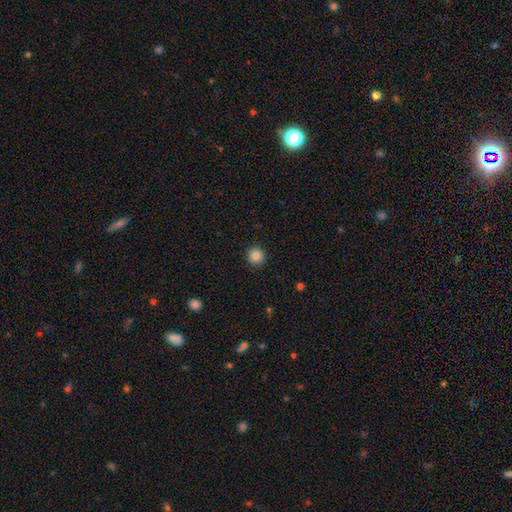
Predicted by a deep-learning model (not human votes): smooth_or_featured: smooth (p=0.86) [alt: star or artifact p=0.10]
how_rounded: round (p=0.94) [alt: in between p=0.05]
merging: none (p=0.92) [alt: minor disturbance p=0.05]